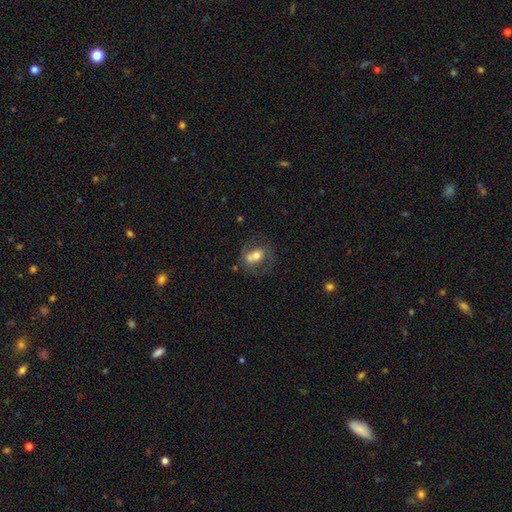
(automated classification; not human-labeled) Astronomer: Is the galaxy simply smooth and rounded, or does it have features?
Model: smooth — 56% (runner-up: featured or disk, 35%).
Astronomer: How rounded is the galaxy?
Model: in between — 53% (runner-up: round, 45%).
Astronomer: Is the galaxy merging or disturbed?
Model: merger — 46% (runner-up: none, 33%).